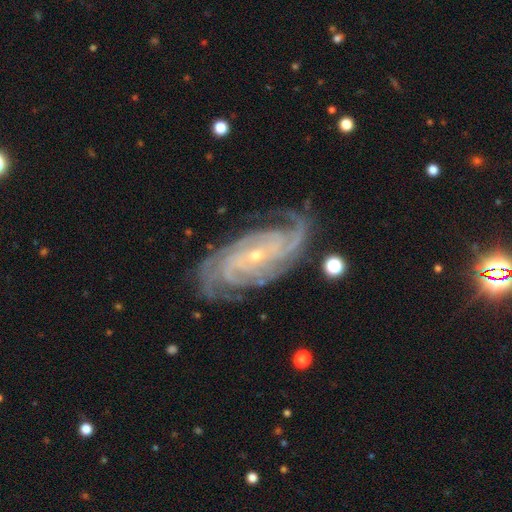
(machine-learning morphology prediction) The model was most divided on "spiral arm count": 4: 30%, 3: 23%, can't tell: 15%, 2: 14%, more than 4: 11%, 1: 7%. More confident: spiral arms — yes (99%); edge-on disk — no (96%); smooth or featured — featured or disk (92%); bulge size — small (80%); merging — none (78%); spiral winding — tight (72%); bar — no (58%).